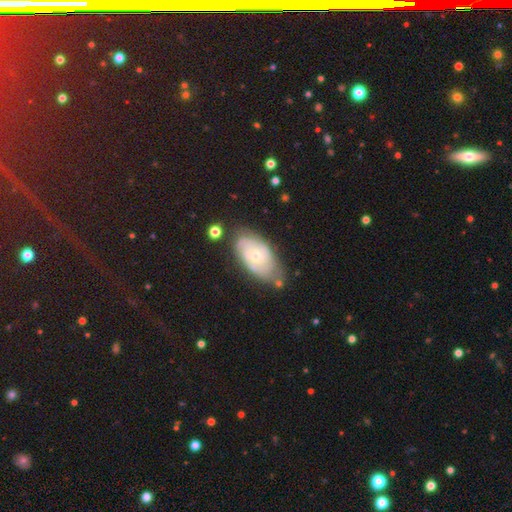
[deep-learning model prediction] smooth_or_featured: featured or disk (p=0.76) [alt: smooth p=0.18]
disk_edge_on: no (p=0.95) [alt: yes p=0.05]
bar: no (p=0.67) [alt: weak p=0.28]
has_spiral_arms: yes (p=0.92) [alt: no p=0.08]
spiral_winding: tight (p=0.63) [alt: medium p=0.30]
spiral_arm_count: 2 (p=0.34) [alt: can't tell p=0.32]
bulge_size: small (p=0.52) [alt: moderate p=0.44]
merging: none (p=0.65) [alt: minor disturbance p=0.25]